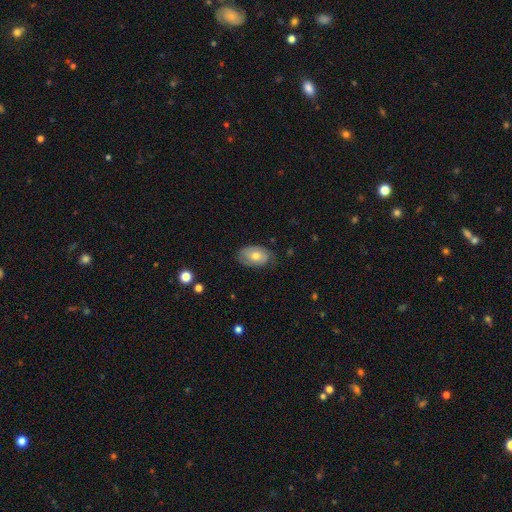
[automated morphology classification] smooth_or_featured: smooth (p=0.53) [alt: featured or disk p=0.40]
how_rounded: in between (p=0.89) [alt: round p=0.10]
merging: none (p=0.68) [alt: minor disturbance p=0.25]